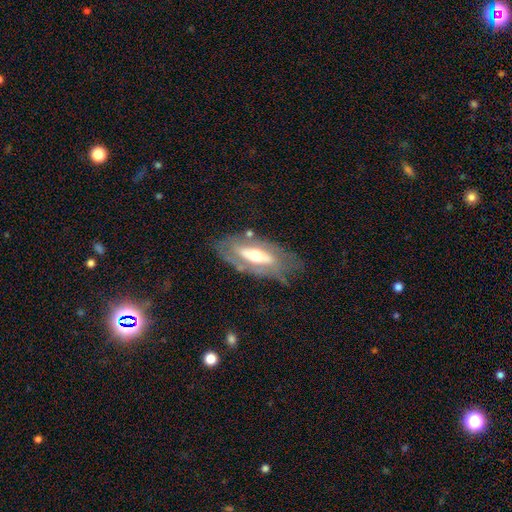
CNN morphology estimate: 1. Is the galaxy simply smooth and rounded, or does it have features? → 69% featured or disk, 25% smooth, 6% star or artifact.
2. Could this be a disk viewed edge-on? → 79% no, 21% yes.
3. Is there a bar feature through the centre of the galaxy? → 40% no, 36% strong, 24% weak.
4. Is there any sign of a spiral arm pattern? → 53% no, 47% yes.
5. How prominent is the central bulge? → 66% moderate, 18% small, 13% large, 2% dominant, 1% none.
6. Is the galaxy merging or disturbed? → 61% none, 22% minor disturbance, 14% major disturbance, 4% merger.